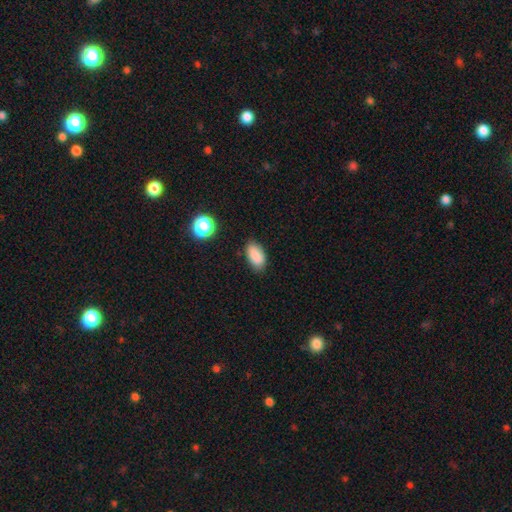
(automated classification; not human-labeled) This is clearly a smooth galaxy (87%). How rounded: clearly in between (91%). Merging: clearly none (82%).